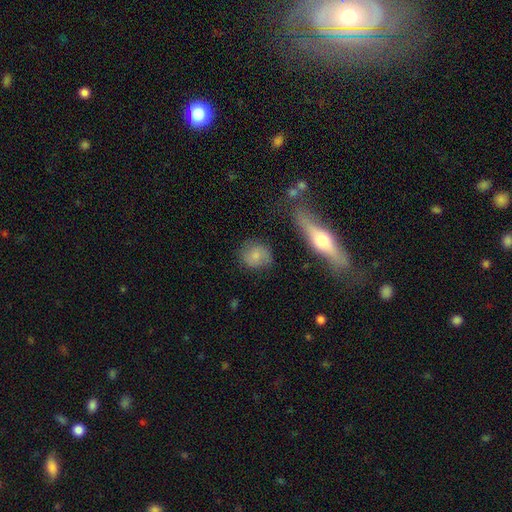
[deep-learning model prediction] smooth-or-featured: smooth: 65% | featured or disk: 26% | star or artifact: 9%
  how-rounded: round: 75% | in between: 23% | cigar-shaped: 2%
  merging: none: 74% | minor disturbance: 17% | major disturbance: 6% | merger: 4%